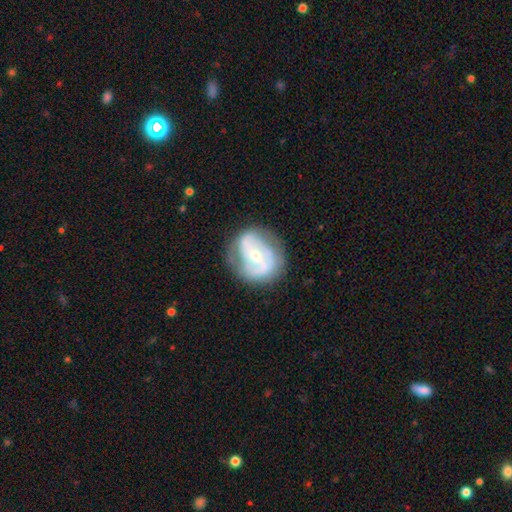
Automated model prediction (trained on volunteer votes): Overall: featured or disk (75%). Edge-on disk: no (97%). Bar: no (46%; weak 35%). Spiral arms: yes (82%). Spiral arm count: 2 (69%). Spiral winding: medium (42%; tight 35%). Bulge size: small (54%; moderate 42%). Merging: none (68%).